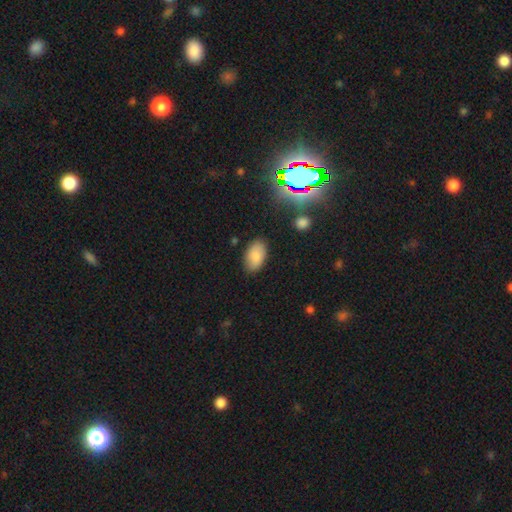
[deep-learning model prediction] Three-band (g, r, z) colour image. It shows a smooth galaxy with no disk features (83%) that is in between round and cigar-shaped (94%). Merging: none (84%).